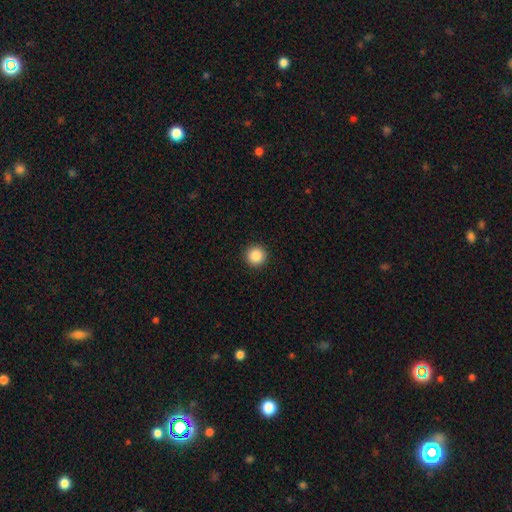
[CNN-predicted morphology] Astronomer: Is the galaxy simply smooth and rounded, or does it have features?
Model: smooth — 87%.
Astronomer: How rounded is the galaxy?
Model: round — 96%.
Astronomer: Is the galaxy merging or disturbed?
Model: none — 93%.